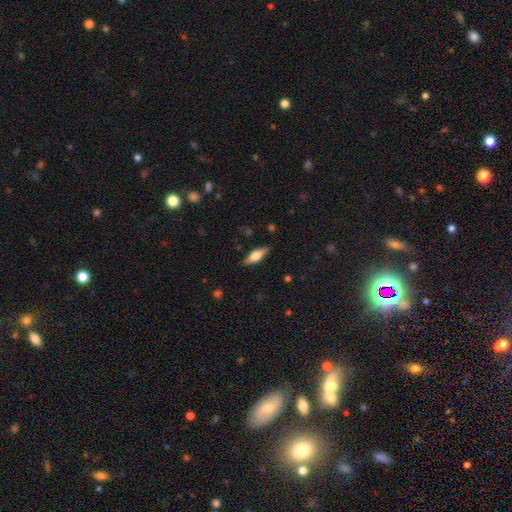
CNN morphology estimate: Q: Smooth or featured?
A: smooth (52%); runner-up: featured or disk (41%)
Q: How rounded?
A: in between (58%); runner-up: cigar-shaped (39%)
Q: Merging?
A: none (86%); runner-up: minor disturbance (10%)